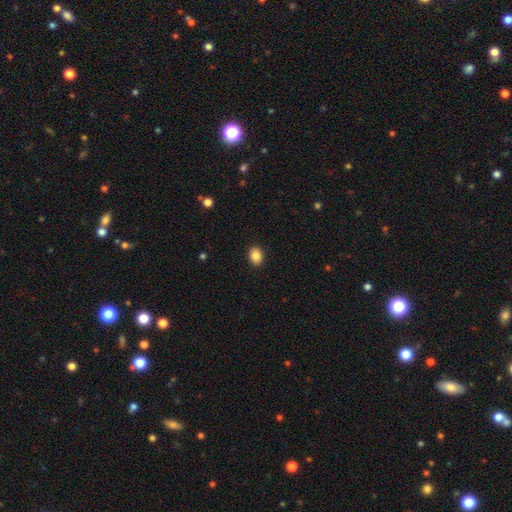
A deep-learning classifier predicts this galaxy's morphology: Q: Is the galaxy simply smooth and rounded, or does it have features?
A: smooth — 87%.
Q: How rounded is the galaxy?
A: in between — 59%.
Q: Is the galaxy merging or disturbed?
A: none — 91%.